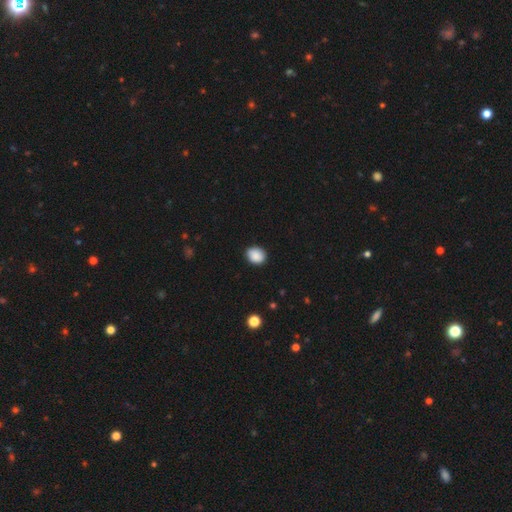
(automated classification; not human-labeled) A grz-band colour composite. It shows a smooth galaxy with no disk features (89%) that is round (53%). Merging: none (87%).